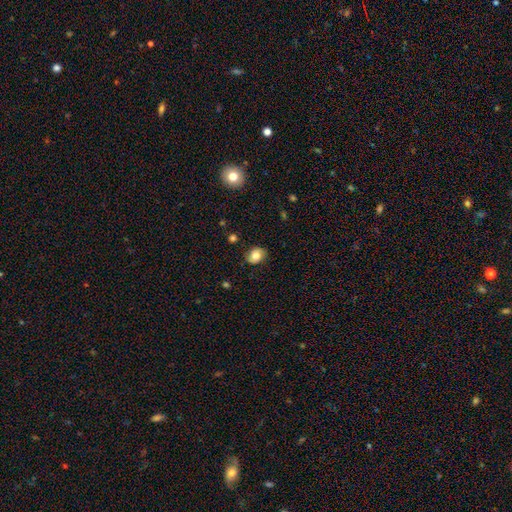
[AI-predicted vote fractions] smooth_or_featured: smooth (p=0.71) [alt: featured or disk p=0.20]
how_rounded: in between (p=0.52) [alt: round p=0.47]
merging: none (p=0.78) [alt: minor disturbance p=0.17]